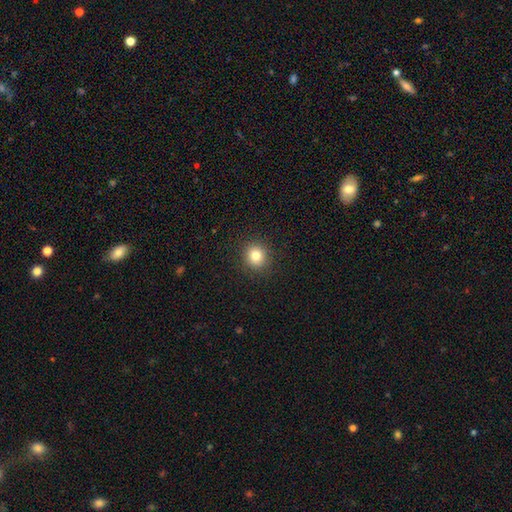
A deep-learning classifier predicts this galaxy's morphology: Overall: smooth (82%). How rounded: round (91%). Merging: none (91%).